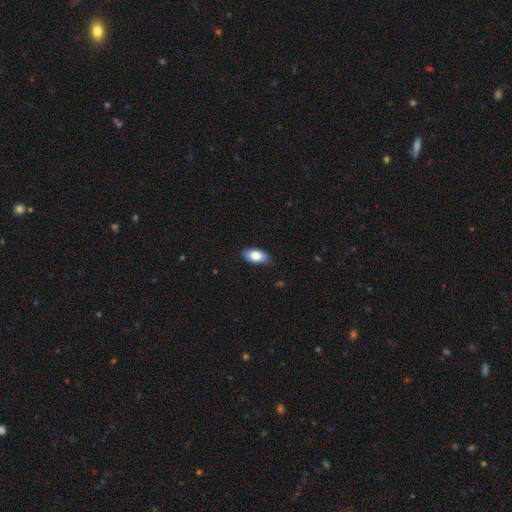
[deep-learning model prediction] Smooth or featured?
  - smooth: 84% *
  - featured or disk: 9%
  - star or artifact: 7%
How rounded?
  - in between: 93% *
  - round: 4%
  - cigar-shaped: 4%
Merging?
  - none: 85% *
  - minor disturbance: 12%
  - major disturbance: 2%
  - merger: 1%